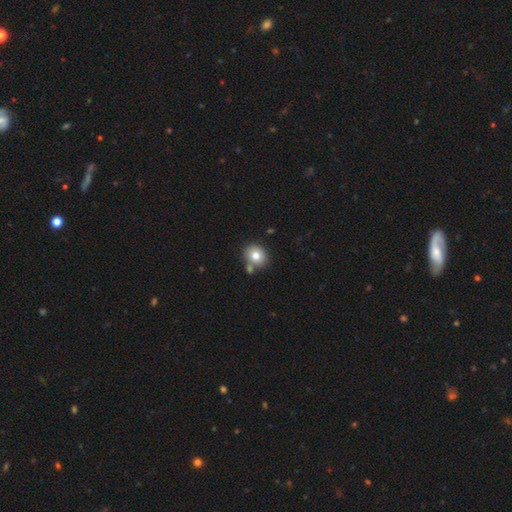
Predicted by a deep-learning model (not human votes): Smooth or featured: smooth — 79% (featured or disk — 11%)
How rounded: round — 70% (in between — 29%)
Merging: none — 67% (merger — 18%)